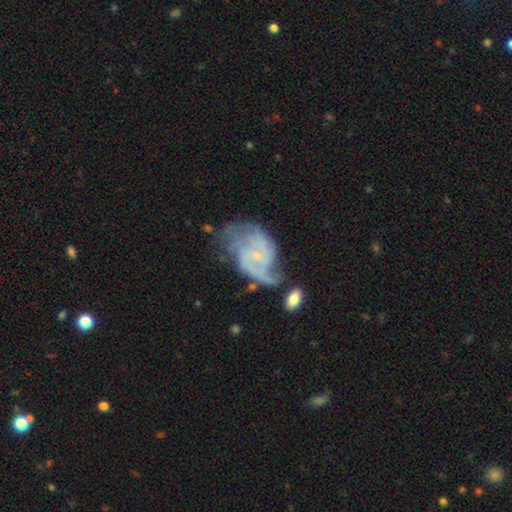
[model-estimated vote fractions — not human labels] Morphology: type=featured or disk (84%); edge-on=no (98%); bar=no (55%); spiral arms=yes (93%); winding=medium (46%); arm count=2 (44%); bulge=small (78%); merging=none (40%).